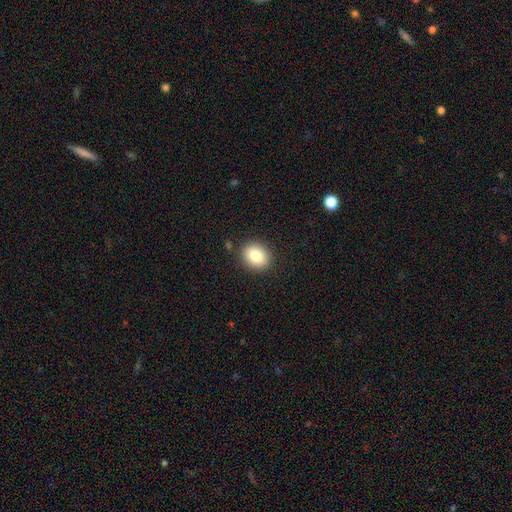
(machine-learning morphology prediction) Q: Smooth or featured?
A: smooth (82%); runner-up: star or artifact (9%)
Q: How rounded?
A: round (54%); runner-up: in between (45%)
Q: Merging?
A: none (87%); runner-up: minor disturbance (9%)